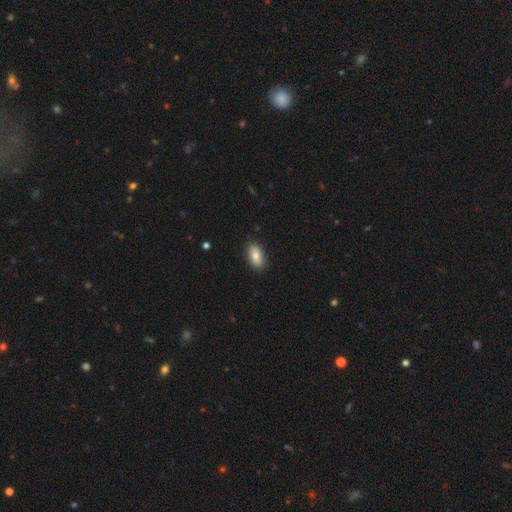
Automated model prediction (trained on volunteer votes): A smooth galaxy with no disk features (83%) that is in between round and cigar-shaped (89%).

Vote fractions:
- Smooth or featured? smooth: 83% / featured or disk: 10% / star or artifact: 7%
- How rounded? in between: 89% / cigar-shaped: 7% / round: 4%
- Merging? none: 87% / minor disturbance: 10% / major disturbance: 2% / merger: 1%